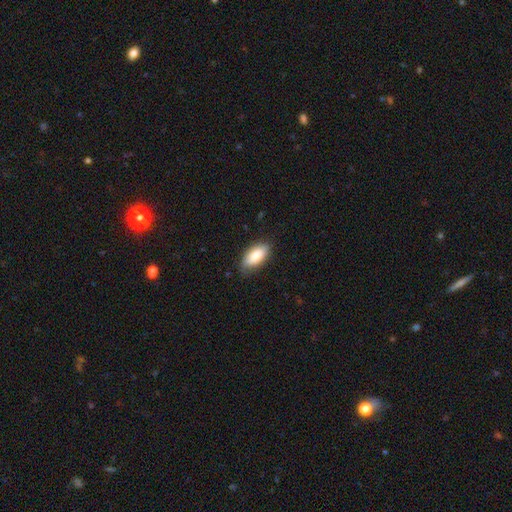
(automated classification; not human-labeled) Smooth or featured: smooth — 81% (featured or disk — 13%)
How rounded: in between — 89% (cigar-shaped — 9%)
Merging: none — 80% (minor disturbance — 16%)